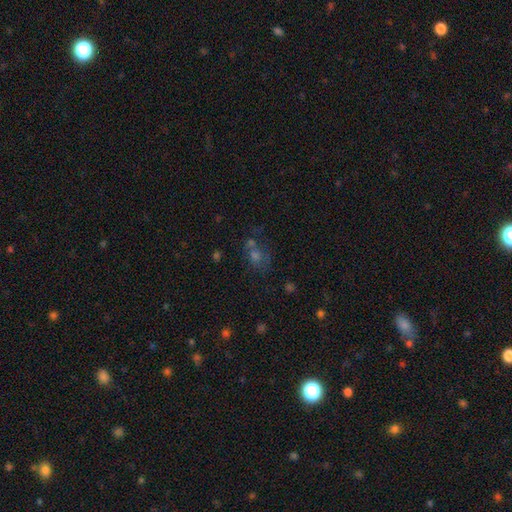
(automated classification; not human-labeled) smooth_or_featured: smooth (p=0.44) [alt: star or artifact p=0.33]
merging: none (p=0.43) [alt: merger p=0.28]